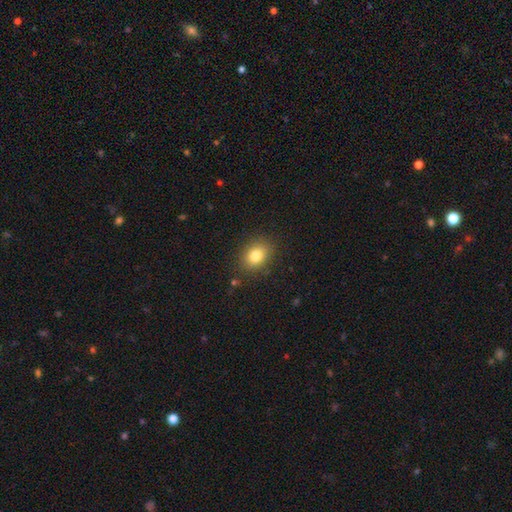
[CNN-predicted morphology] smooth_or_featured: smooth (p=0.81) [alt: star or artifact p=0.10]
how_rounded: in between (p=0.62) [alt: round p=0.37]
merging: none (p=0.85) [alt: minor disturbance p=0.10]